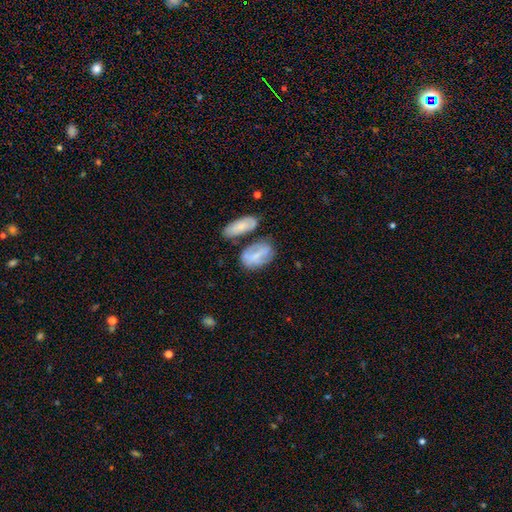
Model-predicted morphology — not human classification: The model was most divided on "smooth or featured": smooth: 48%, featured or disk: 44%, star or artifact: 8%. More confident: merging — none (50%).